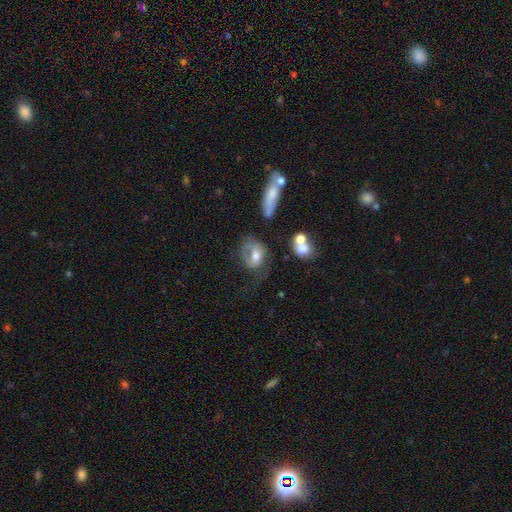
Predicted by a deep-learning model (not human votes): smooth-or-featured: featured or disk: 45% (tied) | smooth: 45% (tied) | star or artifact: 9%
  merging: major disturbance: 39% | none: 30% | minor disturbance: 23% | merger: 8%